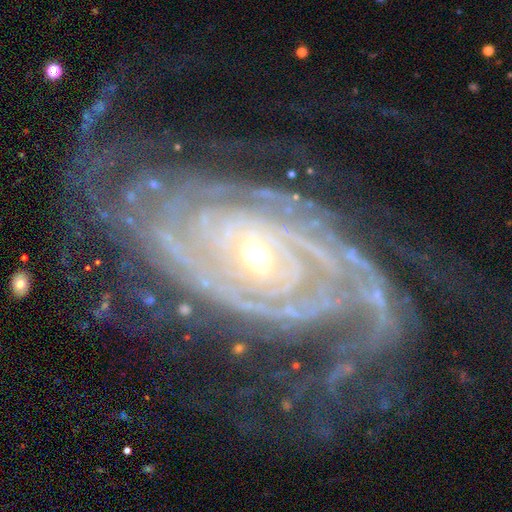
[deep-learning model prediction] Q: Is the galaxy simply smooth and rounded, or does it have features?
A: featured or disk — 92%.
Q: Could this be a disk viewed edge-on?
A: no — 96%.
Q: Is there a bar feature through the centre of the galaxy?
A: no — 58%.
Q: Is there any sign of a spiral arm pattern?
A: yes — 98%.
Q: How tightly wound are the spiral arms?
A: tight — 75%.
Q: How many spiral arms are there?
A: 2 — 27%.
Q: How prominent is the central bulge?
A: small — 64%.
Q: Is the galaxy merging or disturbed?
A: none — 69%.